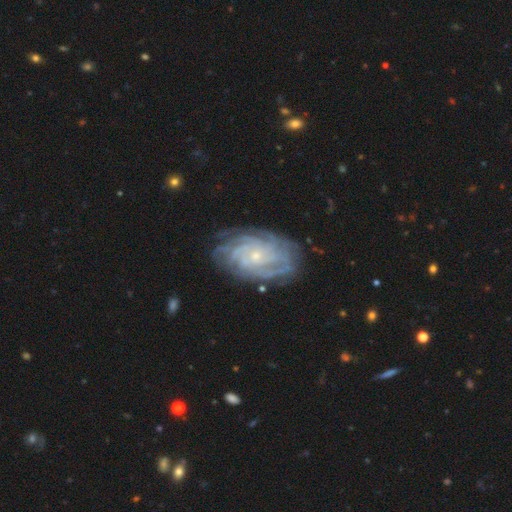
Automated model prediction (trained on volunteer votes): This is clearly a featured or disk galaxy (86%). It is clearly not viewed edge-on (96%). Bar: likely no (75%). Spiral arm pattern: clearly yes (96%). Spiral arm count: marginally can't tell (35%). Spiral winding: likely tight (76%). Central bulge: clearly small (81%). Merging: likely none (78%).